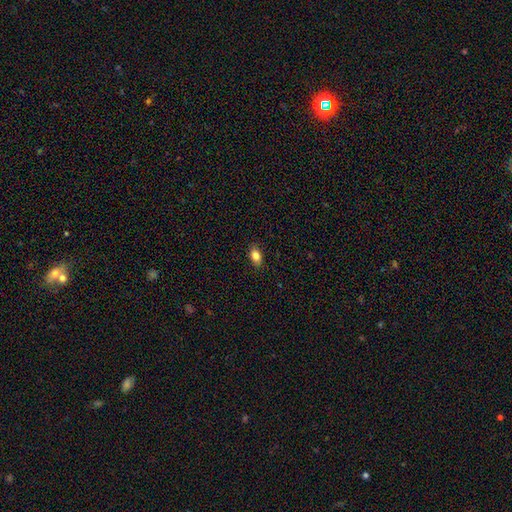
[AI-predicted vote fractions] The model was most divided on "smooth or featured": smooth: 85%, star or artifact: 9%, featured or disk: 6%. More confident: merging — none (88%); how rounded — in between (87%).